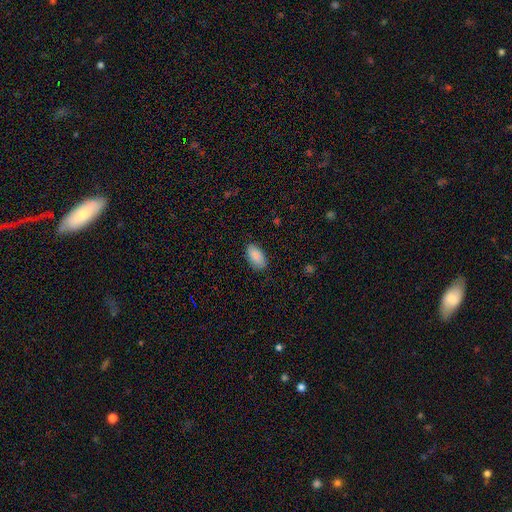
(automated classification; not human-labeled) Smooth or featured: smooth — 88% (star or artifact — 6%)
How rounded: in between — 95% (round — 3%)
Merging: none — 86% (minor disturbance — 11%)